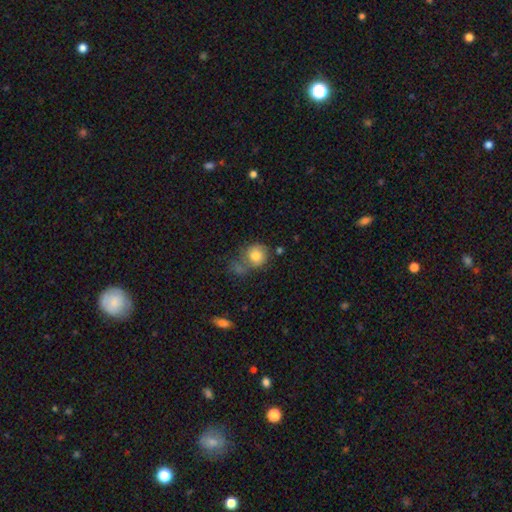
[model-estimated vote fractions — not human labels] A smooth galaxy with no disk features (74%) that is round (77%). Merging: none (38%).